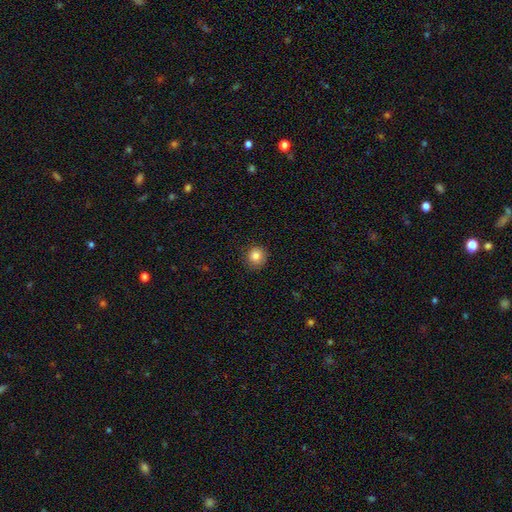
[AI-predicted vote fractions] smooth-or-featured: smooth: 84% | star or artifact: 10% | featured or disk: 6%
  how-rounded: round: 91% | in between: 8% | cigar-shaped: 1%
  merging: none: 88% | minor disturbance: 9% | major disturbance: 2% | merger: 1%